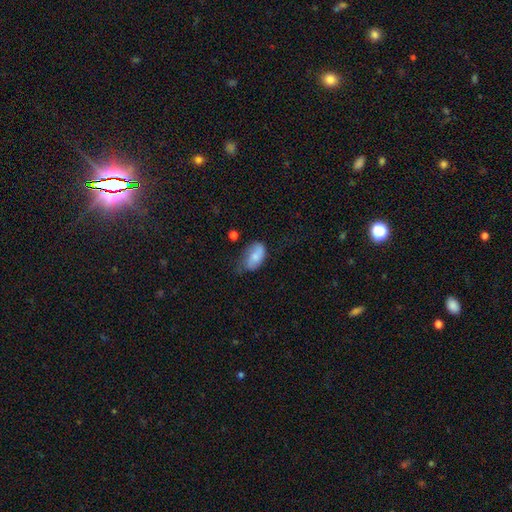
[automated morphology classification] A smooth galaxy with no disk features (74%) that is in between round and cigar-shaped (92%).

Vote fractions:
- Smooth or featured? smooth: 74% / featured or disk: 19% / star or artifact: 7%
- How rounded? in between: 92% / round: 5% / cigar-shaped: 3%
- Merging? minor disturbance: 42% / none: 40% / major disturbance: 15% / merger: 4%